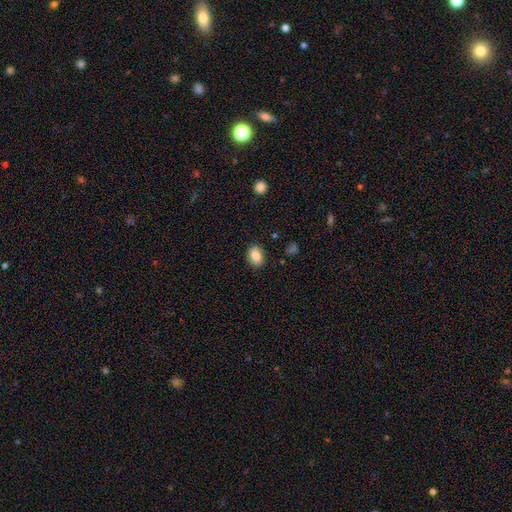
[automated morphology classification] Smooth or featured: smooth — 83% (featured or disk — 9%)
How rounded: in between — 73% (round — 26%)
Merging: none — 86% (minor disturbance — 10%)